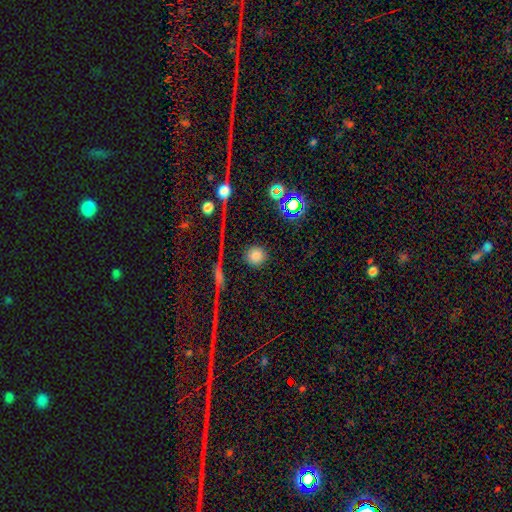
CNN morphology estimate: A smooth galaxy with no disk features (79%) that is round (93%). Merging: none (89%).